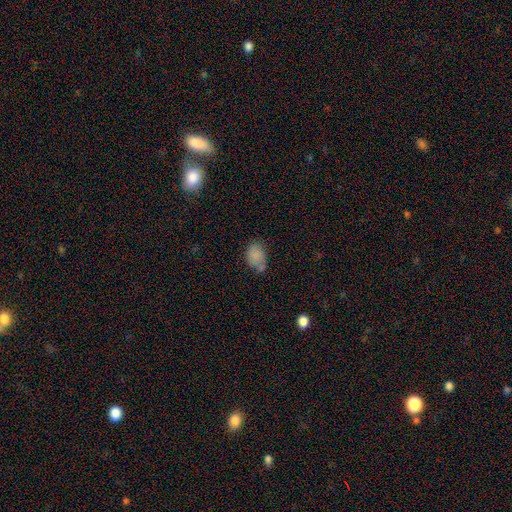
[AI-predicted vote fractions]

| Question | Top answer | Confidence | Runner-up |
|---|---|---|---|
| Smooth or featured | smooth | 82% | star or artifact (10%) |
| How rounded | in between | 82% | round (17%) |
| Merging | none | 51% | minor disturbance (30%) |